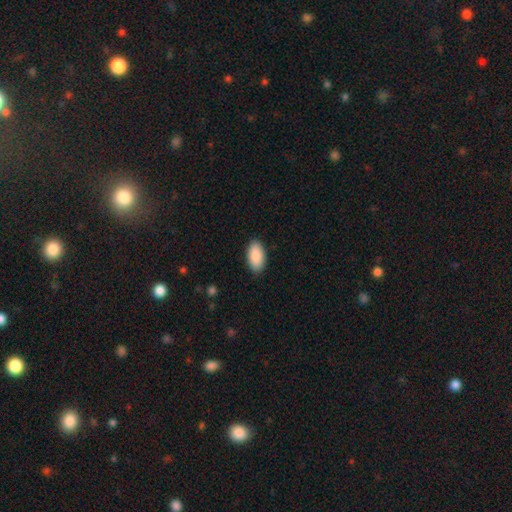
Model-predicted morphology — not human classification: The model was most divided on "merging": none: 88%, minor disturbance: 9%, major disturbance: 2%, merger: 1%. More confident: how rounded — in between (95%); smooth or featured — smooth (90%).